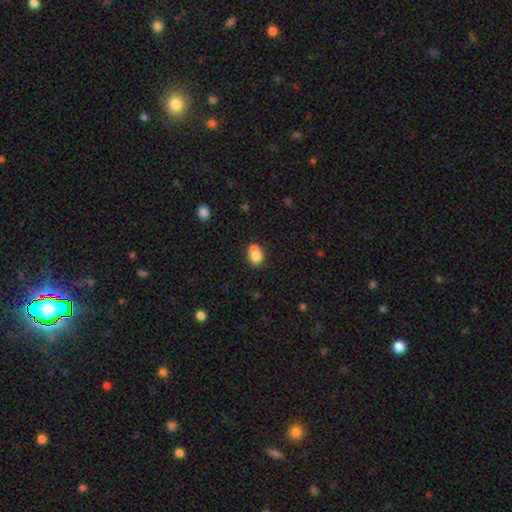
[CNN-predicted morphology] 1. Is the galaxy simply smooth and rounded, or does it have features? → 79% smooth, 11% featured or disk, 10% star or artifact.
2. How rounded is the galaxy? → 53% in between, 46% round, 1% cigar-shaped.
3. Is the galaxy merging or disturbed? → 43% none, 38% merger, 15% minor disturbance, 5% major disturbance.